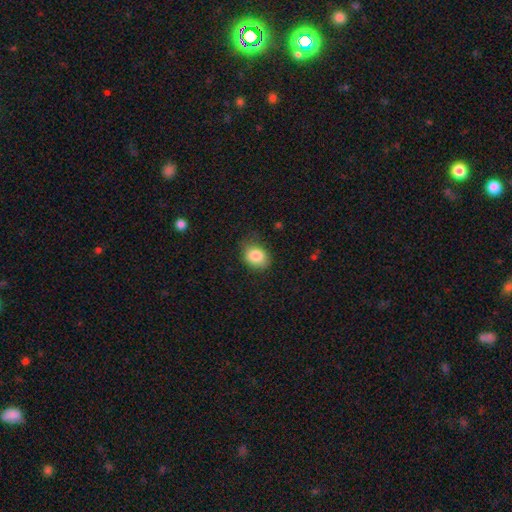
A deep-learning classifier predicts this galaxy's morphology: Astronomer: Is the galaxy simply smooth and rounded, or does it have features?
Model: smooth — 85%.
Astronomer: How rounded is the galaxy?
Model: in between — 56% (runner-up: round, 43%).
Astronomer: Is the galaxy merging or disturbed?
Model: none — 70%.